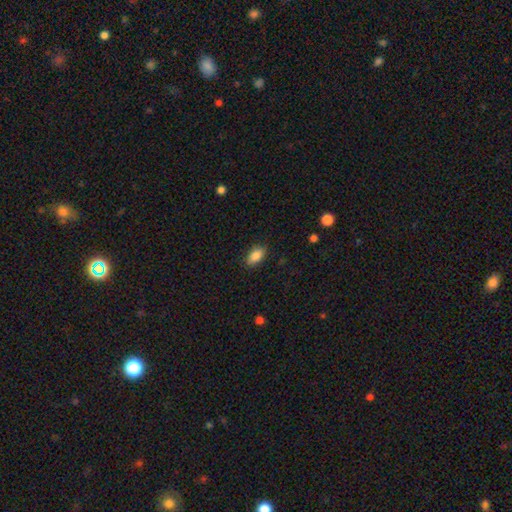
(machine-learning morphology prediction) This is clearly a smooth galaxy (86%). How rounded: clearly in between (90%). Merging: clearly none (84%).